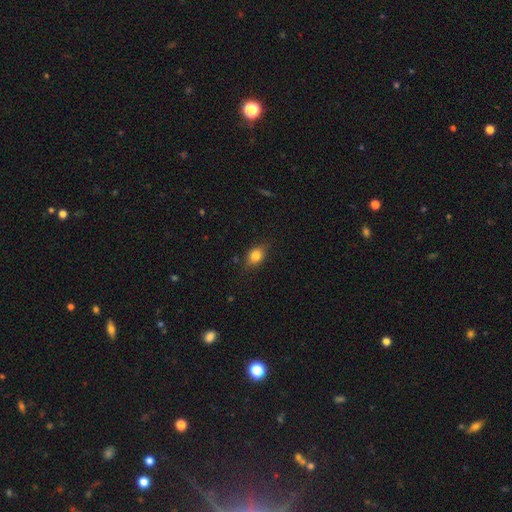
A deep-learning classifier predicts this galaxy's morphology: smooth_or_featured: smooth (p=0.79) [alt: featured or disk p=0.12]
how_rounded: in between (p=0.68) [alt: round p=0.29]
merging: none (p=0.78) [alt: minor disturbance p=0.17]